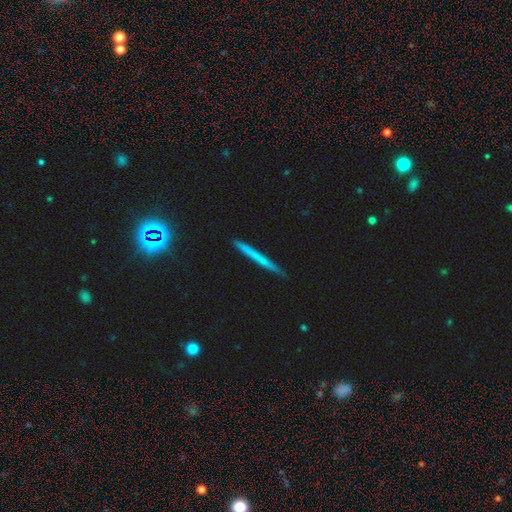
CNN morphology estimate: This appears to be a smooth galaxy with no disk features (50%) that is cigar-shaped (96%). Merging: none (90%).